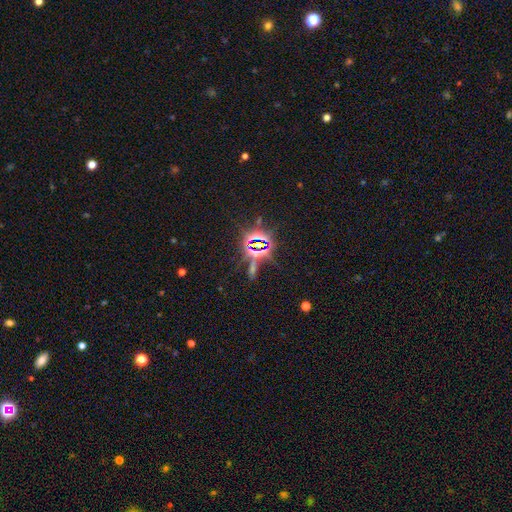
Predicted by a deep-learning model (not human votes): A star or artifact, not a galaxy (81%).

Vote fractions:
- Smooth or featured? star or artifact: 81% / smooth: 11% / featured or disk: 8%